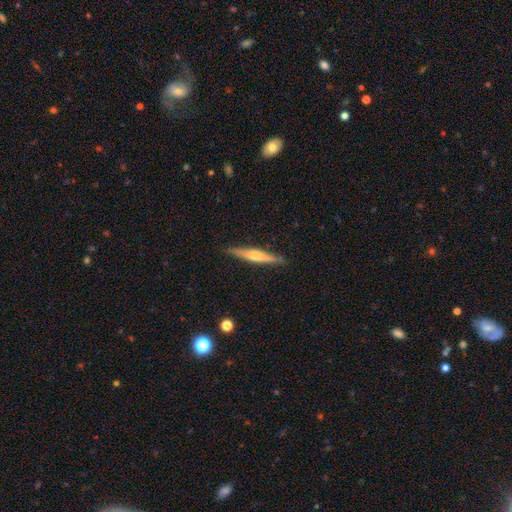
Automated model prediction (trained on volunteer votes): A featured or disk galaxy (56%) viewed edge-on (96%) with a rounded central bulge (68%).

Vote fractions:
- Smooth or featured? featured or disk: 56% / smooth: 38% / star or artifact: 6%
- Edge-on disk? yes: 96% / no: 4%
- Edge-on bulge? rounded: 68% / none: 18% / boxy: 15%
- Merging? none: 88% / minor disturbance: 9% / major disturbance: 2% / merger: 1%